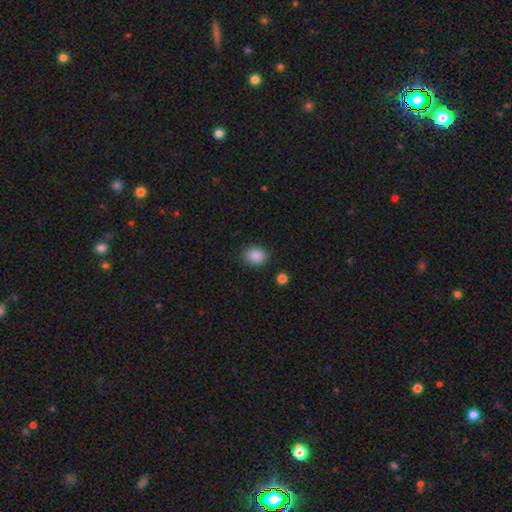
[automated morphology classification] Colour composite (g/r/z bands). It shows a smooth galaxy with no disk features (87%) that is round (53%). Merging: none (86%).